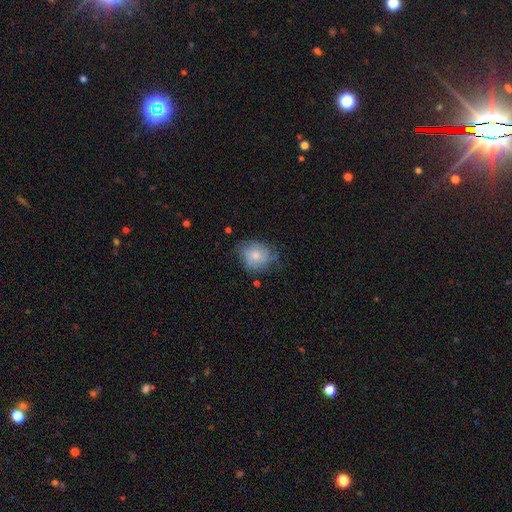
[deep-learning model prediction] Q: Smooth or featured?
A: smooth (58%); runner-up: featured or disk (34%)
Q: How rounded?
A: round (58%); runner-up: in between (41%)
Q: Merging?
A: none (57%); runner-up: minor disturbance (30%)